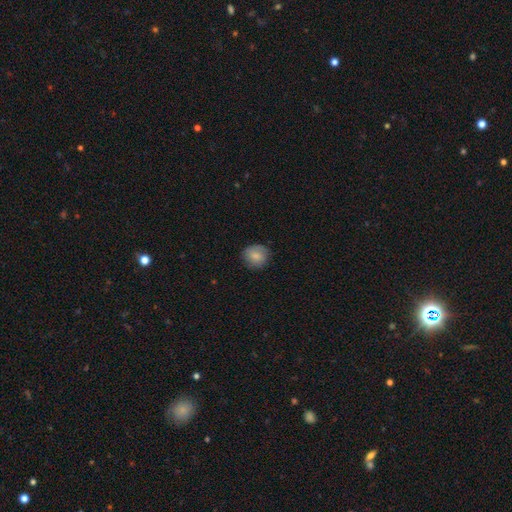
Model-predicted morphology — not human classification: Smooth or featured? smooth (82%)
How rounded? round (85%)
Merging? none (82%)